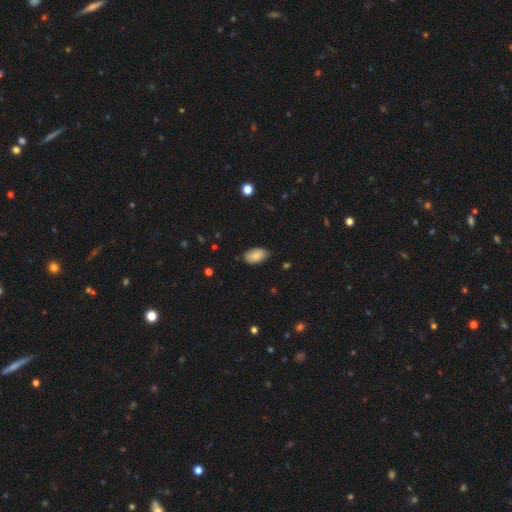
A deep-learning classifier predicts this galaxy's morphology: A smooth galaxy with no disk features (82%) that is in between round and cigar-shaped (94%).

Vote fractions:
- Smooth or featured? smooth: 82% / featured or disk: 11% / star or artifact: 7%
- How rounded? in between: 94% / round: 5% / cigar-shaped: 1%
- Merging? none: 82% / minor disturbance: 15% / major disturbance: 2% / merger: 1%